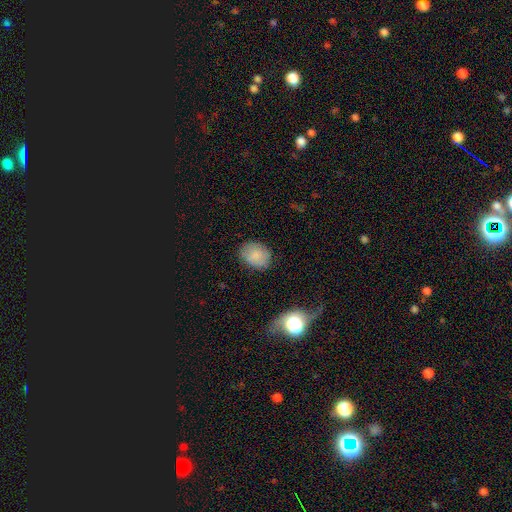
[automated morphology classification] Smooth or featured? Predicted: smooth (p=0.81). How rounded? Predicted: in between (p=0.53). Merging? Predicted: none (p=0.78).